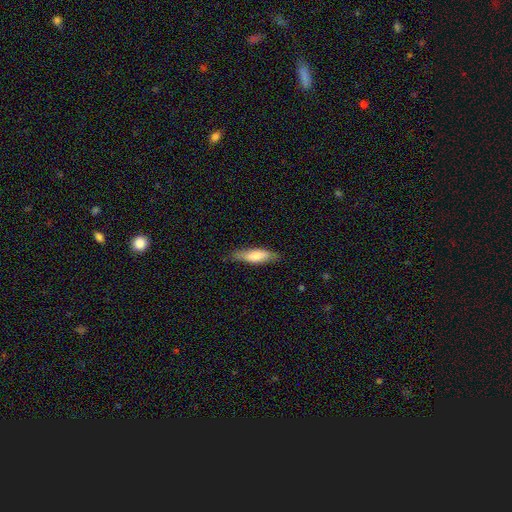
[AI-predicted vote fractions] This is likely a smooth galaxy (71%). How rounded: possibly cigar-shaped (56%). Merging: likely none (80%).